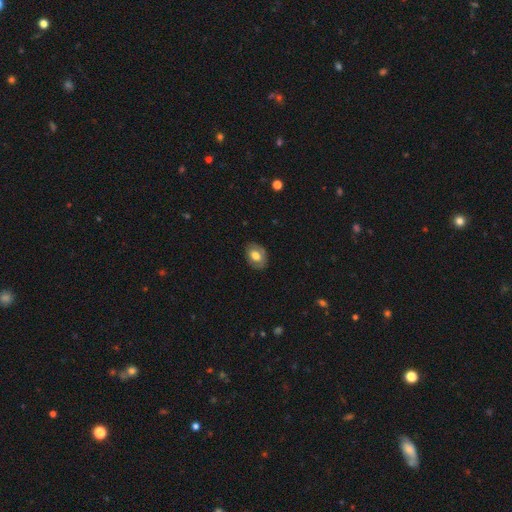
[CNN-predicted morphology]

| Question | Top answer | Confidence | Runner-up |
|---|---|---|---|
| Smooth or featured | smooth | 65% | featured or disk (28%) |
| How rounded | in between | 79% | round (20%) |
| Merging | none | 81% | minor disturbance (14%) |